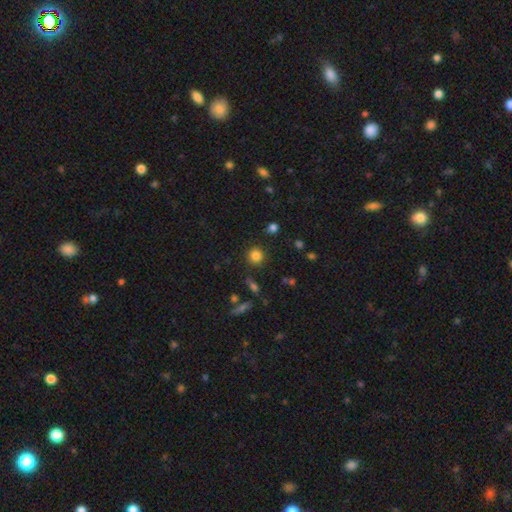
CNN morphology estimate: type=smooth (83%); roundness=round (90%); merging=none (86%).